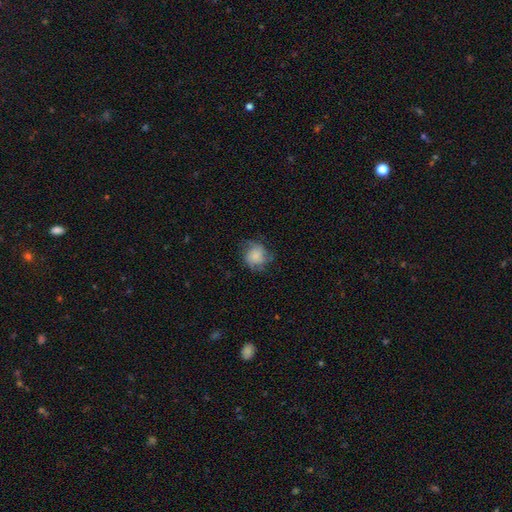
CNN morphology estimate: Overall: smooth (65%; featured or disk 26%). How rounded: round (78%). Merging: none (60%; minor disturbance 25%).